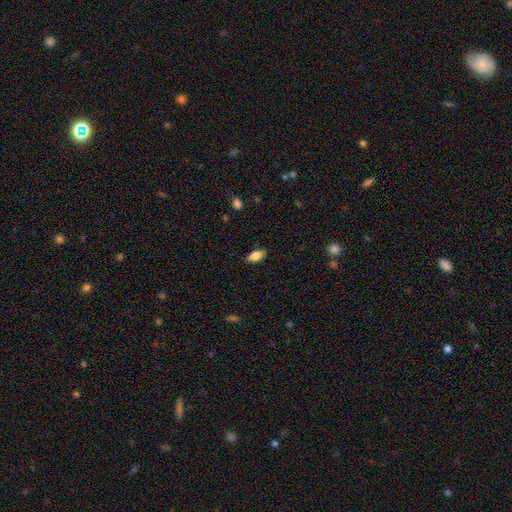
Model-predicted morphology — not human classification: Overall: smooth (77%). How rounded: in between (87%). Merging: none (85%).